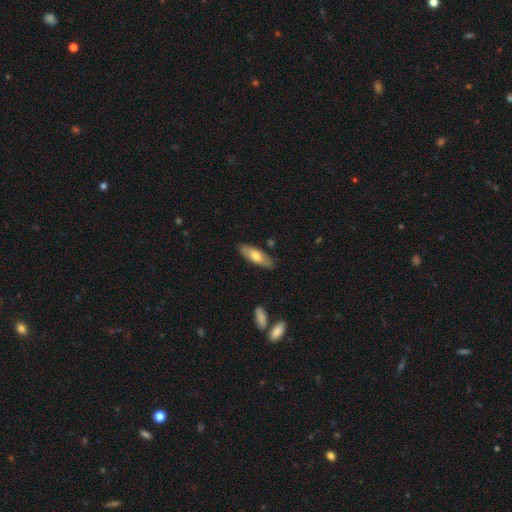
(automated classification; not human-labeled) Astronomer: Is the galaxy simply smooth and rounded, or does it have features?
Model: smooth — 66%.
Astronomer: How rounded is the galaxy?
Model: in between — 61% (runner-up: cigar-shaped, 37%).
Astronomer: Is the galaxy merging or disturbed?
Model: none — 83%.